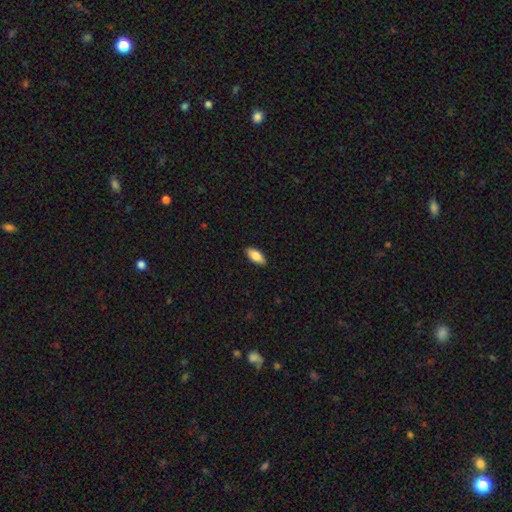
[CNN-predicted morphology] Smooth or featured? smooth (83%)
How rounded? in between (87%)
Merging? none (89%)